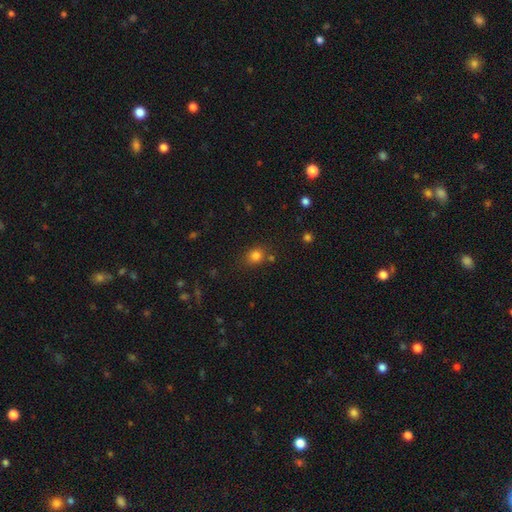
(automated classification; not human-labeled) smooth_or_featured: smooth (p=0.80) [alt: star or artifact p=0.14]
how_rounded: round (p=0.68) [alt: in between p=0.31]
merging: none (p=0.75) [alt: minor disturbance p=0.13]